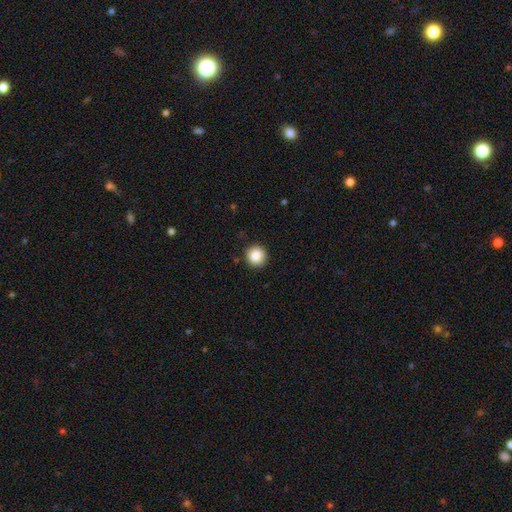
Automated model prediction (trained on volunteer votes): Smooth or featured: smooth — 85% (star or artifact — 9%)
How rounded: round — 93% (in between — 6%)
Merging: none — 90% (minor disturbance — 7%)